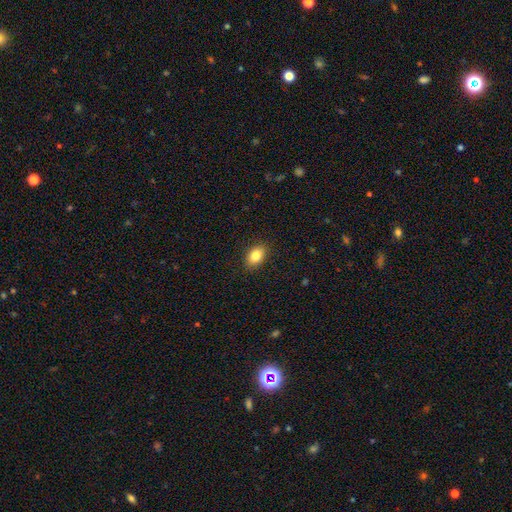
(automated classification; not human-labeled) This is clearly a smooth galaxy (84%). How rounded: clearly in between (84%). Merging: clearly none (89%).